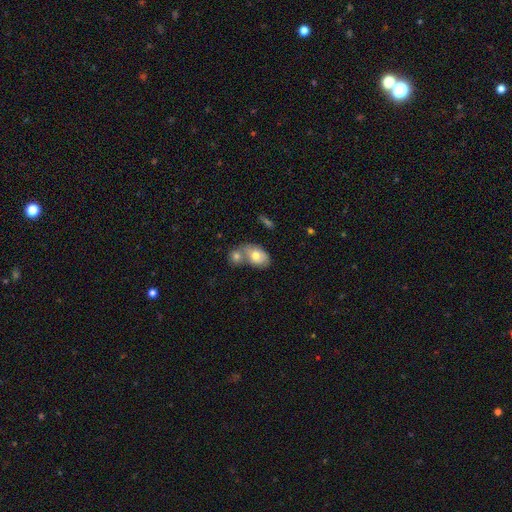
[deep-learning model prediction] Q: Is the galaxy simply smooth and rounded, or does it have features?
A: smooth — 70%.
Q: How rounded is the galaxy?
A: in between — 82%.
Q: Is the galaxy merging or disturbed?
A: merger — 55%.